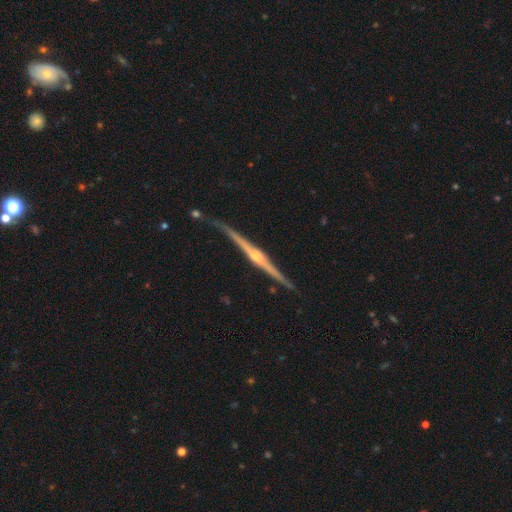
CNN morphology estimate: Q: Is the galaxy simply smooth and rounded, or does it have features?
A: featured or disk — 89%.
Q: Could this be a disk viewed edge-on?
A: yes — 98%.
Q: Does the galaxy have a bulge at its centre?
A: rounded — 88%.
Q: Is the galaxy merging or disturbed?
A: none — 82%.